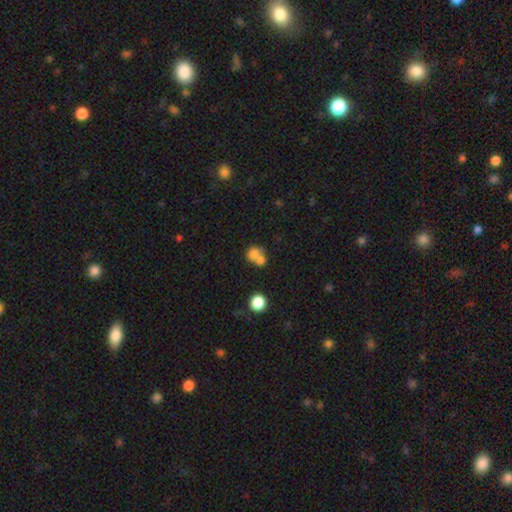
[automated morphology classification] This appears to be a smooth galaxy with no disk features (73%) that is round (71%). Merging: merger (62%).